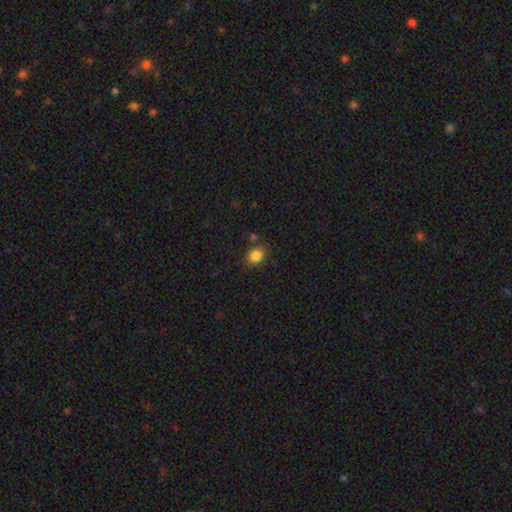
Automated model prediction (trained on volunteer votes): Q: Smooth or featured?
A: smooth (85%); runner-up: star or artifact (10%)
Q: How rounded?
A: in between (53%); runner-up: round (46%)
Q: Merging?
A: none (80%); runner-up: minor disturbance (12%)